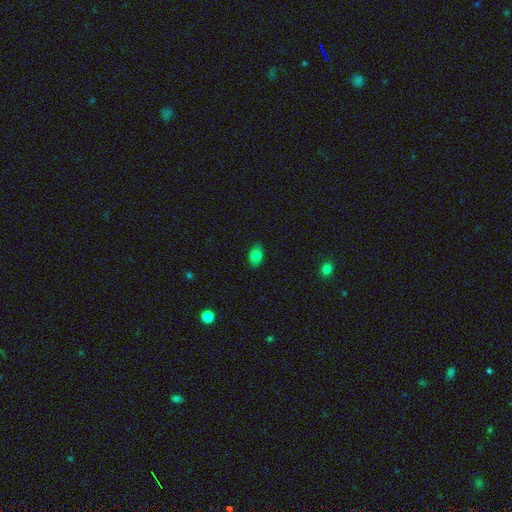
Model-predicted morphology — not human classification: smooth-or-featured: smooth: 81% | star or artifact: 10% | featured or disk: 10%
  how-rounded: in between: 84% | round: 15% | cigar-shaped: 1%
  merging: none: 86% | minor disturbance: 11% | major disturbance: 2% | merger: 1%